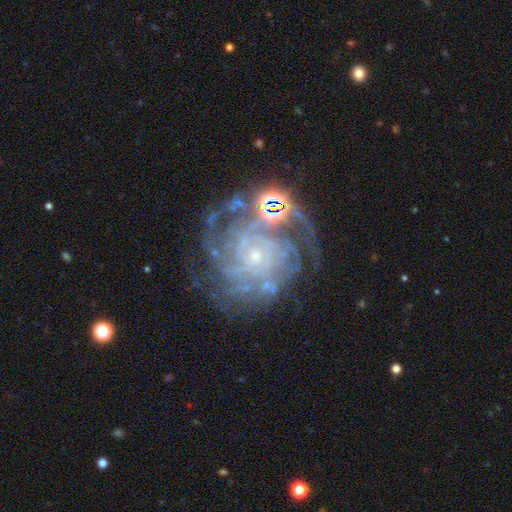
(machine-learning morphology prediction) featured or disk 86%, star or artifact 9%, smooth 6%. Down the decision tree: edge-on disk — no (98%); bar — no (78%); spiral arms — yes (96%); spiral arm count — can't tell (27%); spiral winding — tight (72%); bulge size — small (82%); merging — none (64%).